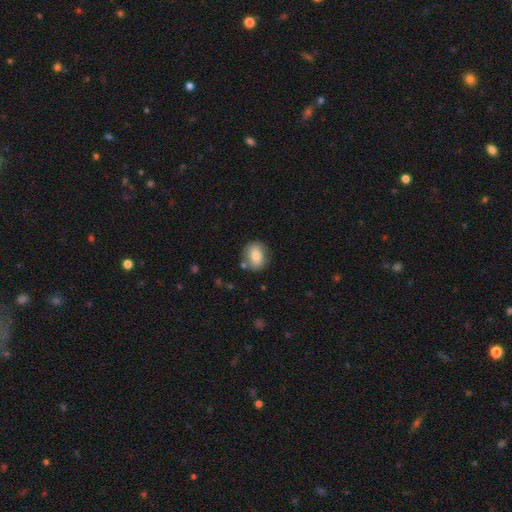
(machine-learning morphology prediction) Smooth or featured? smooth (78%)
How rounded? in between (51%)
Merging? none (77%)